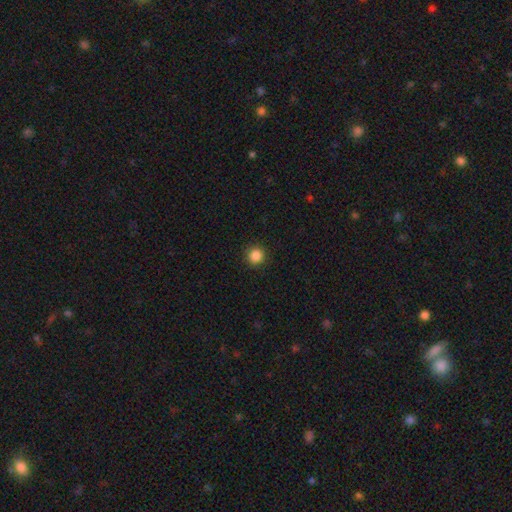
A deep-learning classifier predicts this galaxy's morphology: The model was most divided on "smooth or featured": smooth: 86%, star or artifact: 11%, featured or disk: 3%. More confident: how rounded — round (95%); merging — none (92%).